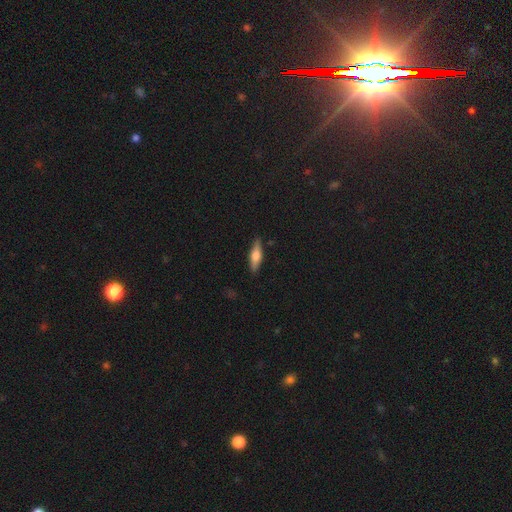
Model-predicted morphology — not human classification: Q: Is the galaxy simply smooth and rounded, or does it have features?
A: smooth — 53%.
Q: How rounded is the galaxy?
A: cigar-shaped — 59%.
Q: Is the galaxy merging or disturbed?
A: none — 86%.